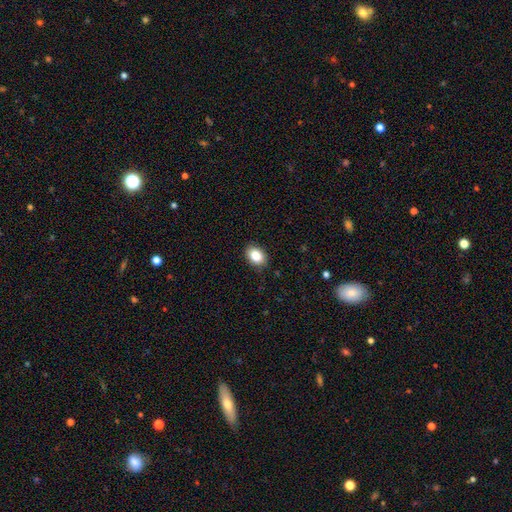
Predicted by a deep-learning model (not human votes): Smooth or featured? Predicted: smooth (p=0.86). How rounded? Predicted: in between (p=0.80). Merging? Predicted: none (p=0.87).